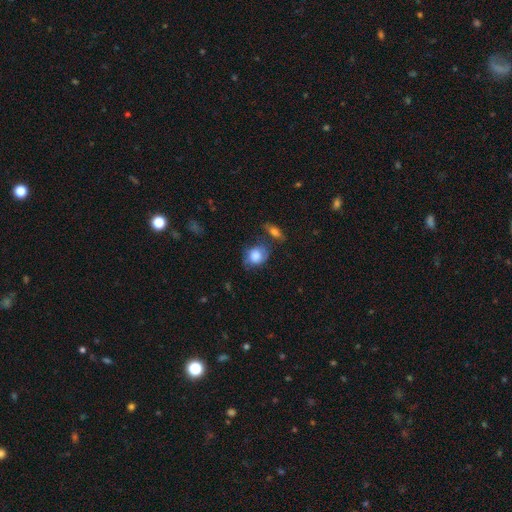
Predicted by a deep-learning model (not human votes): This is likely a smooth galaxy (66%). How rounded: possibly round (57%). Merging: possibly none (51%).